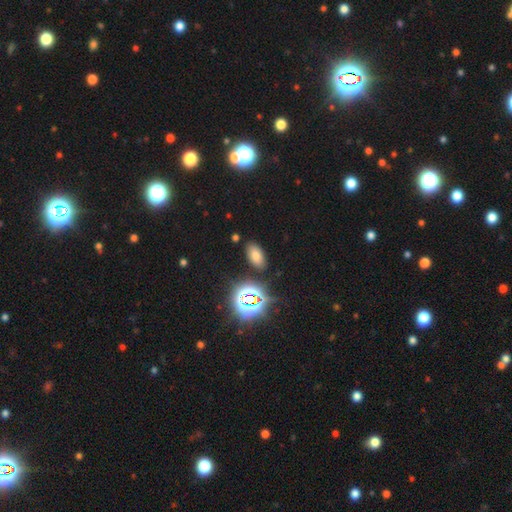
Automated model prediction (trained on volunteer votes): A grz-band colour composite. It shows a smooth galaxy with no disk features (64%) that is in between round and cigar-shaped (91%). Merging: none (87%).